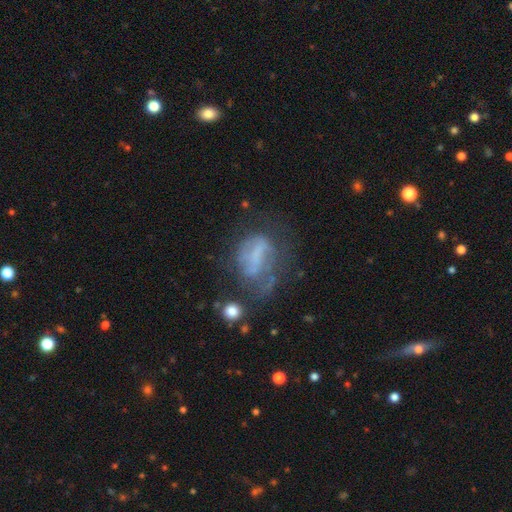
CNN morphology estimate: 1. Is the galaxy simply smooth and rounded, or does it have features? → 55% featured or disk, 29% smooth, 16% star or artifact.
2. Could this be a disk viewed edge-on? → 94% no, 6% yes.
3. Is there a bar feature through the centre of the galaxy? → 43% no, 30% weak, 27% strong.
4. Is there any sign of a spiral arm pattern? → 55% no, 45% yes.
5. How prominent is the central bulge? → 61% none, 22% small, 11% moderate, 4% large, 2% dominant.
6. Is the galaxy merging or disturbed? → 35% major disturbance (tied), 35% none (tied), 23% minor disturbance, 8% merger.